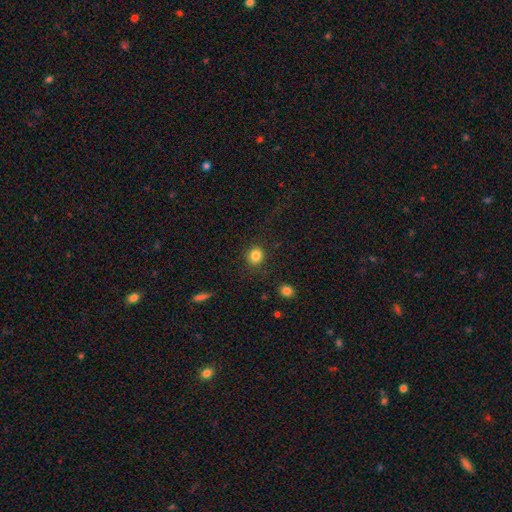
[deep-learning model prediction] Smooth or featured: smooth — 84% (star or artifact — 11%)
How rounded: round — 79% (in between — 20%)
Merging: none — 86% (minor disturbance — 9%)